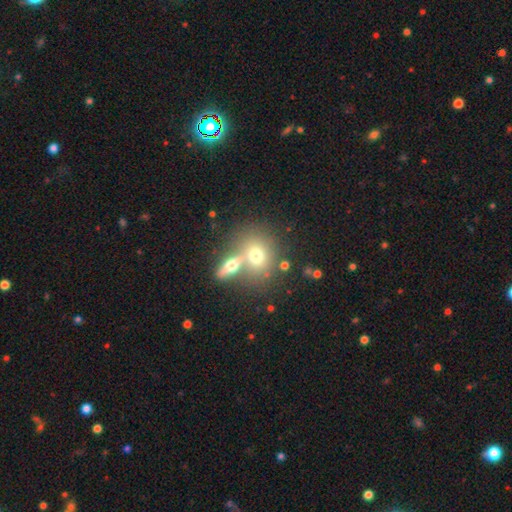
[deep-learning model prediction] smooth_or_featured: smooth (p=0.64) [alt: featured or disk p=0.25]
how_rounded: round (p=0.64) [alt: in between p=0.32]
merging: merger (p=0.45) [alt: none p=0.42]